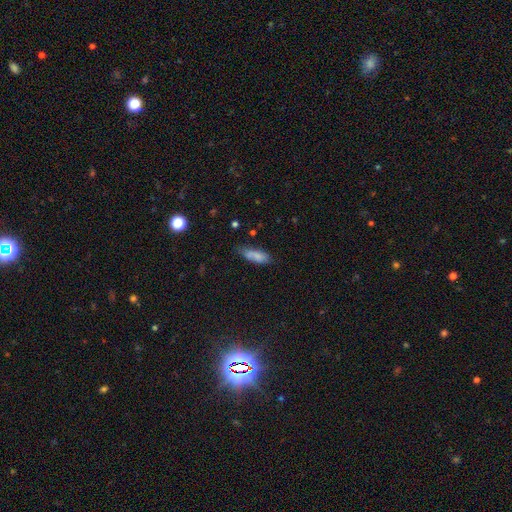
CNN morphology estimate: A smooth galaxy with no disk features (79%) that is in between round and cigar-shaped (67%). Merging: none (60%).